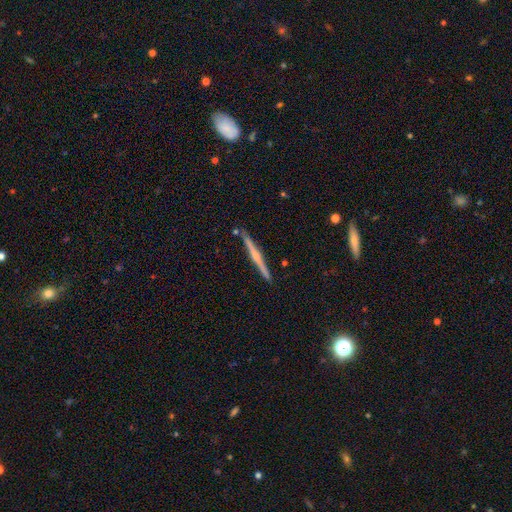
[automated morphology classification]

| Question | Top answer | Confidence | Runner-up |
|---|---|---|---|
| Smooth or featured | featured or disk | 70% | smooth (24%) |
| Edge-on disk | yes | 98% | no (2%) |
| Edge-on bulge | rounded | 67% | none (21%) |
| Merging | none | 90% | minor disturbance (7%) |